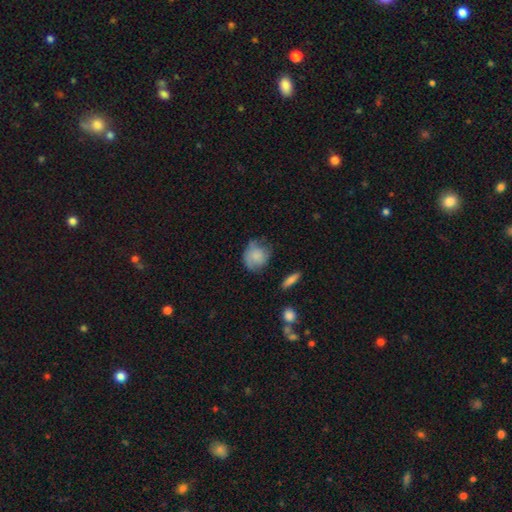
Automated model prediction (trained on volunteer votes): smooth-or-featured: smooth: 77% | featured or disk: 15% | star or artifact: 8%
  how-rounded: round: 69% | in between: 30% | cigar-shaped: 1%
  merging: none: 52% | minor disturbance: 33% | major disturbance: 12% | merger: 3%